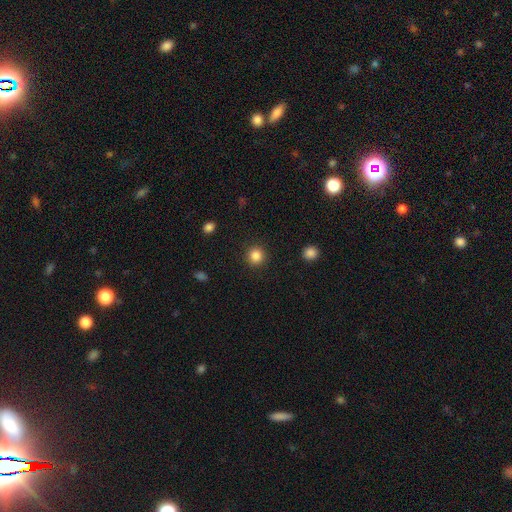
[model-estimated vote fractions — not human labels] Q: Smooth or featured?
A: smooth (85%); runner-up: star or artifact (11%)
Q: How rounded?
A: round (94%); runner-up: in between (6%)
Q: Merging?
A: none (91%); runner-up: minor disturbance (5%)